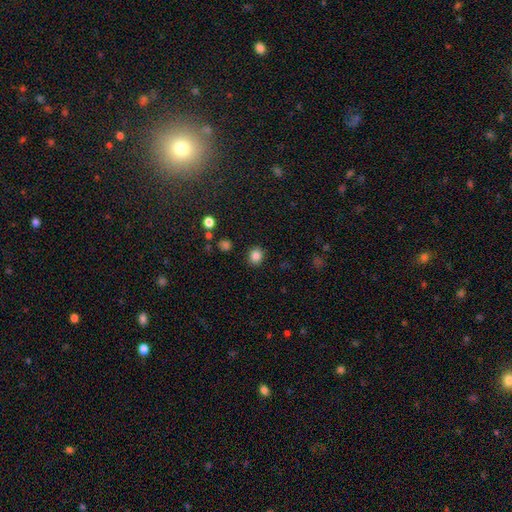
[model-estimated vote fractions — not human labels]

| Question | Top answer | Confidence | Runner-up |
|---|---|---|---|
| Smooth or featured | smooth | 85% | star or artifact (11%) |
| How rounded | round | 82% | in between (17%) |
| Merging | none | 90% | minor disturbance (6%) |